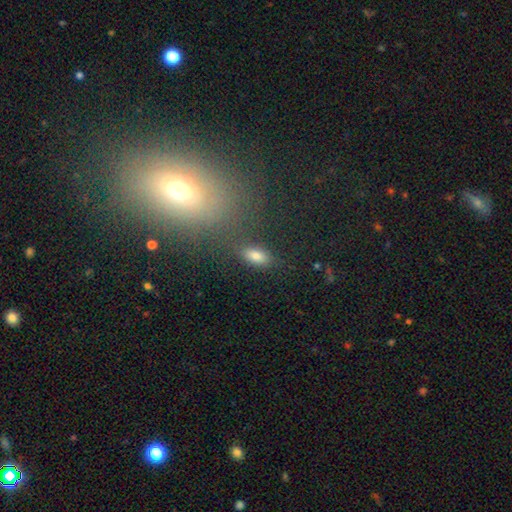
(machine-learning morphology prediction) smooth_or_featured: smooth (p=0.81) [alt: star or artifact p=0.11]
how_rounded: in between (p=0.87) [alt: cigar-shaped p=0.08]
merging: none (p=0.78) [alt: minor disturbance p=0.12]